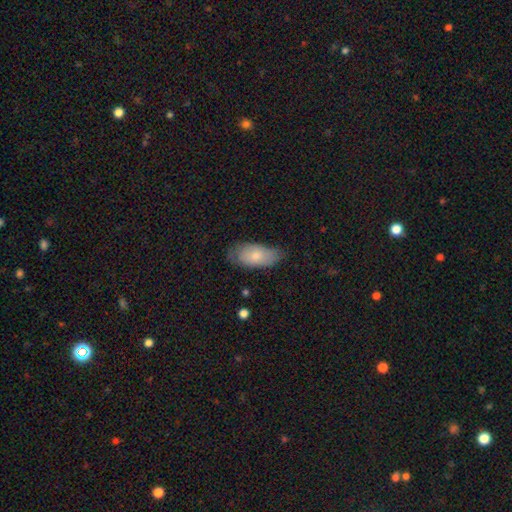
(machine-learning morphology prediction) smooth_or_featured: smooth (p=0.74) [alt: featured or disk p=0.19]
how_rounded: in between (p=0.91) [alt: cigar-shaped p=0.06]
merging: none (p=0.63) [alt: minor disturbance p=0.29]